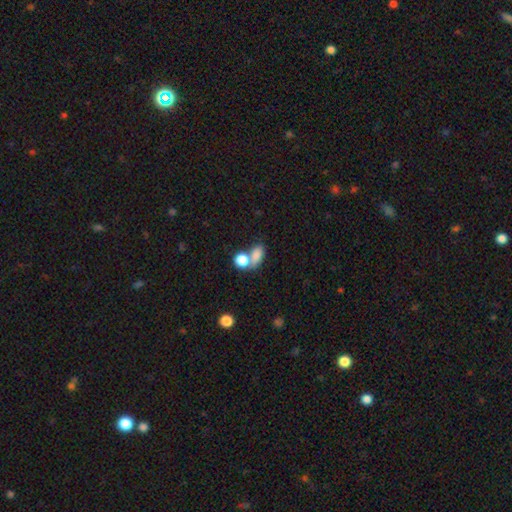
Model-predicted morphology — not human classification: smooth_or_featured: smooth (p=0.80) [alt: star or artifact p=0.10]
how_rounded: in between (p=0.72) [alt: round p=0.25]
merging: merger (p=0.51) [alt: none p=0.33]